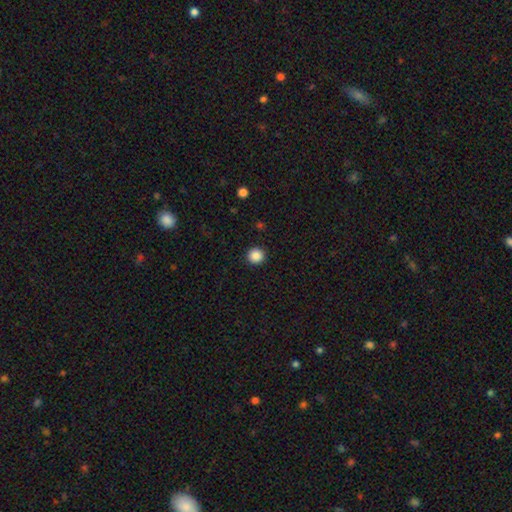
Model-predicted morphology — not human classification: Overall: smooth (87%). How rounded: round (94%). Merging: none (93%).